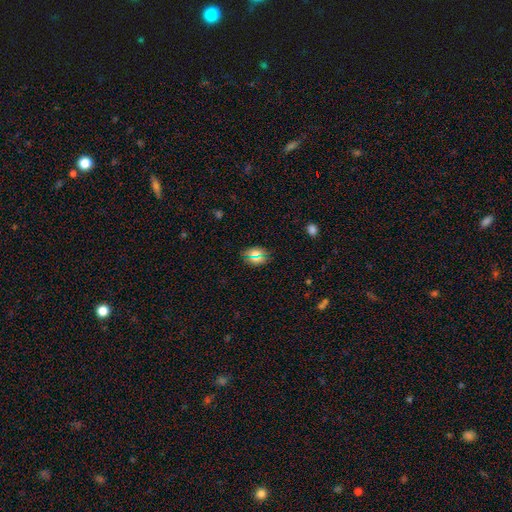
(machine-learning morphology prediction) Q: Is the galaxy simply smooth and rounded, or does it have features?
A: smooth — 71%.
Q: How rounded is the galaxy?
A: in between — 77%.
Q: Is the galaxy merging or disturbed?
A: none — 84%.